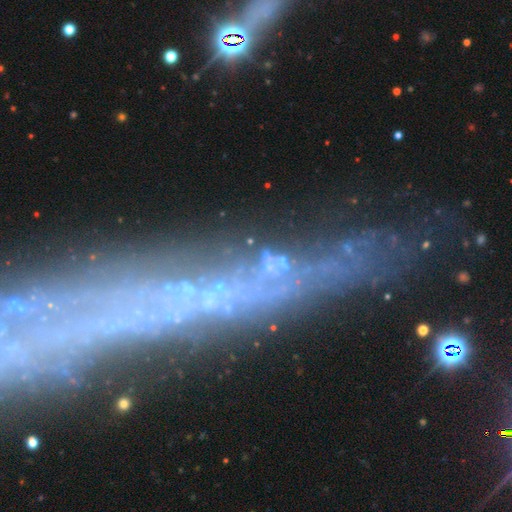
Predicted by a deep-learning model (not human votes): This appears to be a featured or disk galaxy (44%). Merging: none (62%).